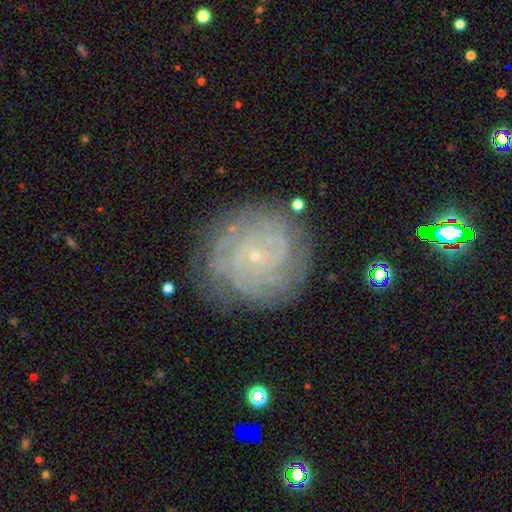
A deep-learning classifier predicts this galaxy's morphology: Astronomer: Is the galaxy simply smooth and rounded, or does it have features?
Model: featured or disk — 81%.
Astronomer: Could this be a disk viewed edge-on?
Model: no — 97%.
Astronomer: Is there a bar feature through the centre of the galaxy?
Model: no — 79%.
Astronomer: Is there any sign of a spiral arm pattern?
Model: yes — 95%.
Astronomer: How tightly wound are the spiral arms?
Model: tight — 82%.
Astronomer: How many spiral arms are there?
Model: can't tell — 32% (runner-up: 4, 20%).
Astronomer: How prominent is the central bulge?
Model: small — 91%.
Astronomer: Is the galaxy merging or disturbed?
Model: none — 80%.